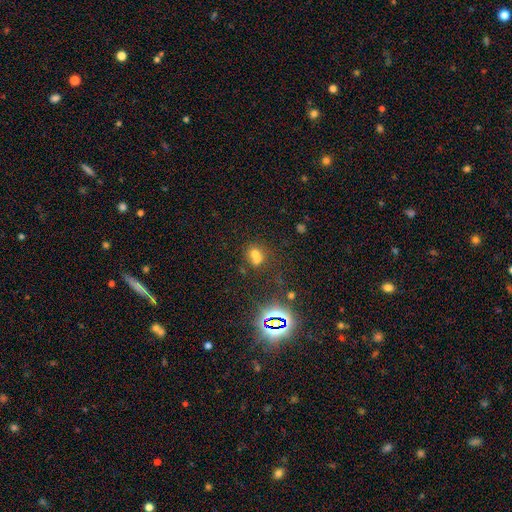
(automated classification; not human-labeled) A smooth galaxy with no disk features (58%) that is round (76%). Merging: merger (56%).